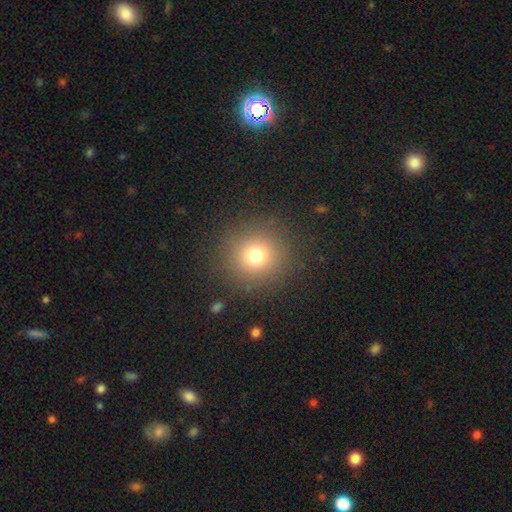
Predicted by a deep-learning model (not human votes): Smooth or featured? smooth (75%)
How rounded? round (93%)
Merging? none (89%)